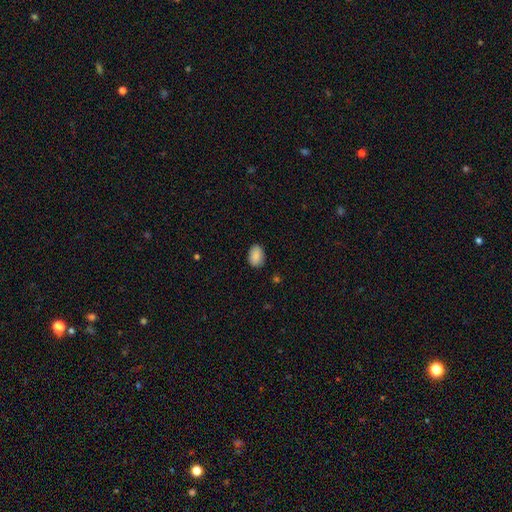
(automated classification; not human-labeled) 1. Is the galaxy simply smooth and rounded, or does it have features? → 89% smooth, 7% star or artifact, 4% featured or disk.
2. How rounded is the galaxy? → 84% in between, 15% round, 1% cigar-shaped.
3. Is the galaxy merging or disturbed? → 86% none, 11% minor disturbance, 2% major disturbance, 1% merger.